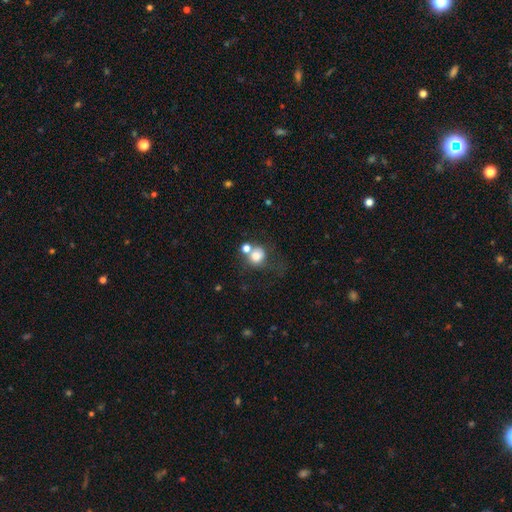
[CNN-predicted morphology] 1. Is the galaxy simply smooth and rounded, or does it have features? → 74% smooth, 15% featured or disk, 11% star or artifact.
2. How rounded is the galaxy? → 77% round, 22% in between, 1% cigar-shaped.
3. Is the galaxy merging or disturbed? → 38% merger, 37% none, 13% minor disturbance, 12% major disturbance.